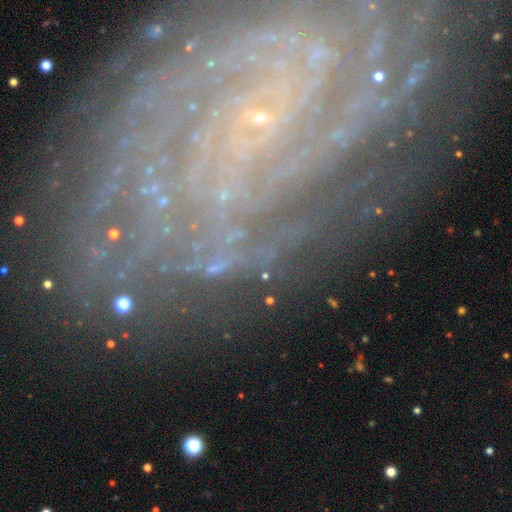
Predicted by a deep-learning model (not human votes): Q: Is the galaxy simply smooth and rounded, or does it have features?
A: featured or disk — 84%.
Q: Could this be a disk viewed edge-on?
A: no — 96%.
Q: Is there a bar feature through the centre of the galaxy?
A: no — 66%.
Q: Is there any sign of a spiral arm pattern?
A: yes — 97%.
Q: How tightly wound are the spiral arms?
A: tight — 77%.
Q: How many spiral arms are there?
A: can't tell — 23%, tied with more than 4.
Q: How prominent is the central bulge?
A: small — 83%.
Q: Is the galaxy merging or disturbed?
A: none — 78%.